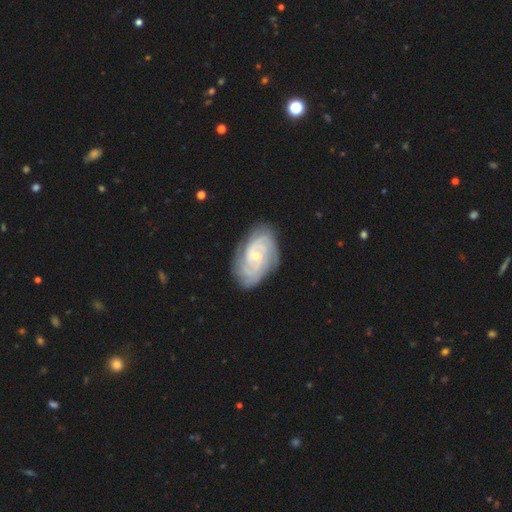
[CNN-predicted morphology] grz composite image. It shows a featured or disk galaxy (87%) with no bar (61%), tight (74%) spiral arms (97%) and a small central bulge (68%). Merging: none (79%).